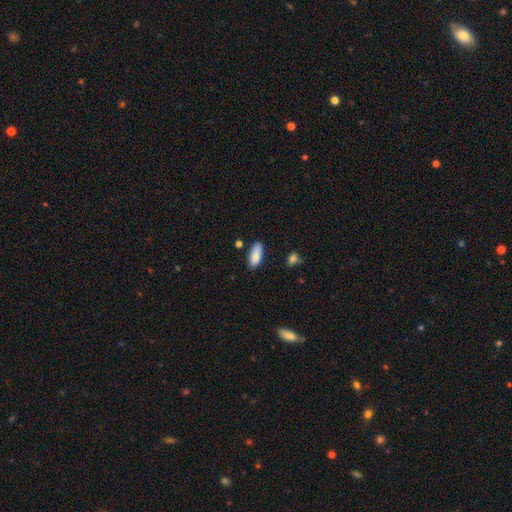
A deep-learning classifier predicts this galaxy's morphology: Smooth or featured?
  - smooth: 88% *
  - star or artifact: 7%
  - featured or disk: 5%
How rounded?
  - in between: 79% *
  - cigar-shaped: 19%
  - round: 2%
Merging?
  - none: 76% *
  - minor disturbance: 18%
  - major disturbance: 3%
  - merger: 3%